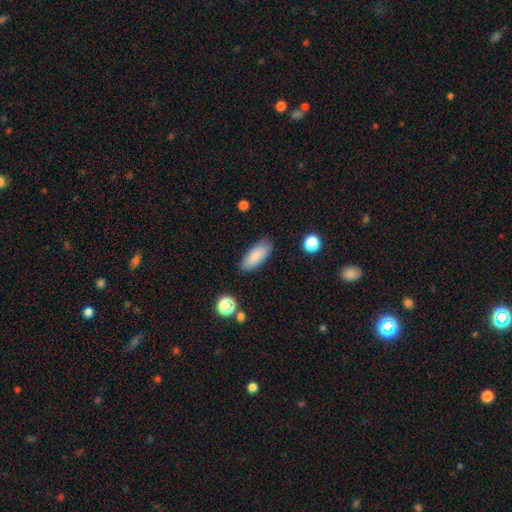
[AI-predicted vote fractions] This is clearly a smooth galaxy (87%). How rounded: likely in between (76%). Merging: clearly none (86%).